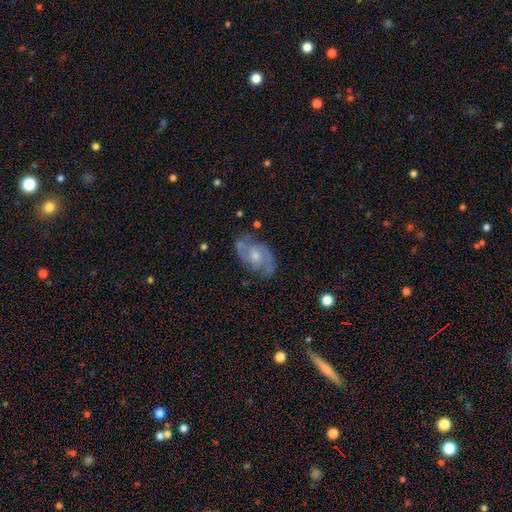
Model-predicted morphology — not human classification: smooth-or-featured: featured or disk: 80% | smooth: 14% | star or artifact: 6%
  disk-edge-on: no: 96% | yes: 4%
    bar: no: 57% | weak: 36% | strong: 7%
    has-spiral-arms: yes: 92% | no: 8%
      spiral-winding: medium: 52% | tight: 24% | loose: 24%
      spiral-arm-count: 2: 84% | can't tell: 8% | 3: 3% | 1: 2% | 4: 1% | more than 4: 1%
    bulge-size: small: 50% | moderate: 43% | none: 3% | large: 3% | dominant: 1%
  merging: none: 71% | minor disturbance: 19% | major disturbance: 7% | merger: 2%